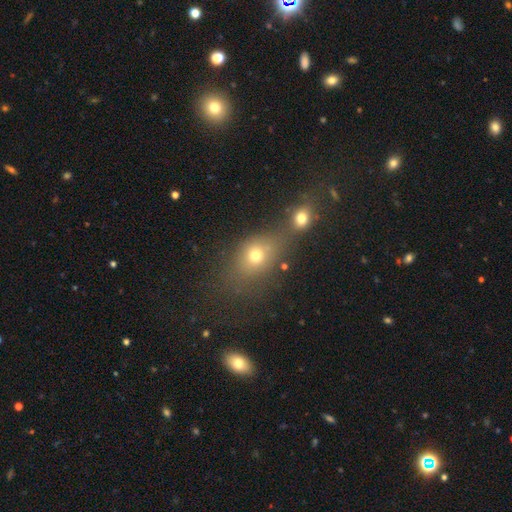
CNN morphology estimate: Smooth or featured: smooth — 70% (star or artifact — 17%)
How rounded: in between — 52% (round — 45%)
Merging: merger — 45% (none — 39%)